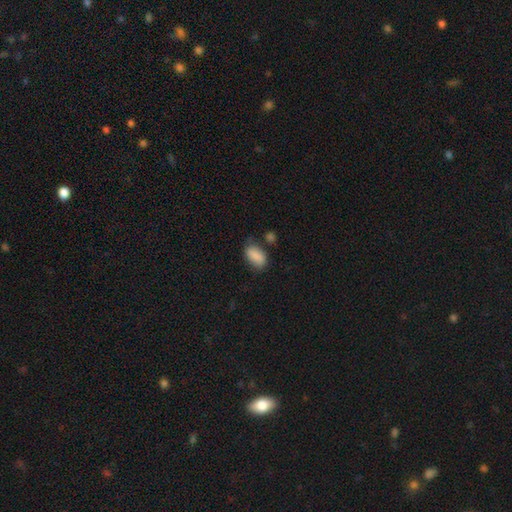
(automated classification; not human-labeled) smooth-or-featured: smooth: 87% | star or artifact: 7% | featured or disk: 6%
  how-rounded: in between: 92% | round: 6% | cigar-shaped: 2%
  merging: none: 66% | minor disturbance: 22% | merger: 6% | major disturbance: 6%